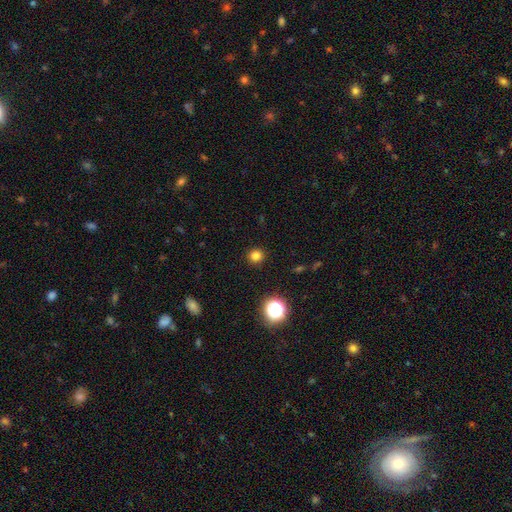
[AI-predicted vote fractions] This is likely a smooth galaxy (79%). How rounded: clearly round (94%). Merging: clearly none (92%).